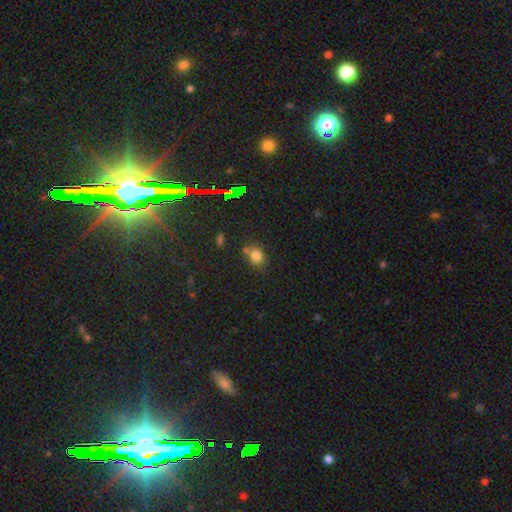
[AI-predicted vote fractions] Smooth or featured?
  - smooth: 78% *
  - star or artifact: 15%
  - featured or disk: 7%
How rounded?
  - round: 62% *
  - in between: 36%
  - cigar-shaped: 1%
Merging?
  - none: 59% *
  - minor disturbance: 19%
  - merger: 17%
  - major disturbance: 6%